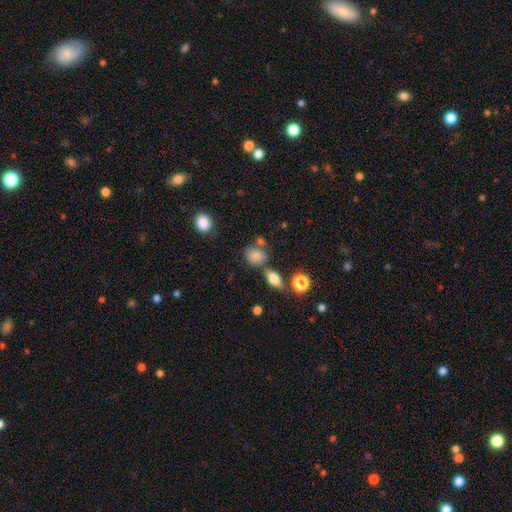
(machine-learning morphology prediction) Smooth or featured? smooth (81%)
How rounded? round (66%)
Merging? none (61%)